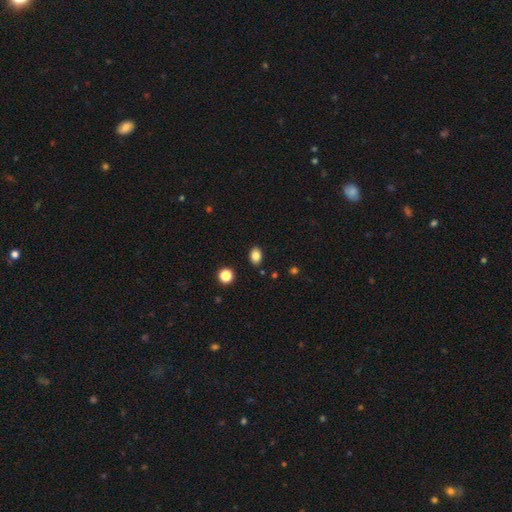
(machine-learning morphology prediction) Smooth or featured? Predicted: smooth (p=0.84). How rounded? Predicted: in between (p=0.71). Merging? Predicted: none (p=0.87).